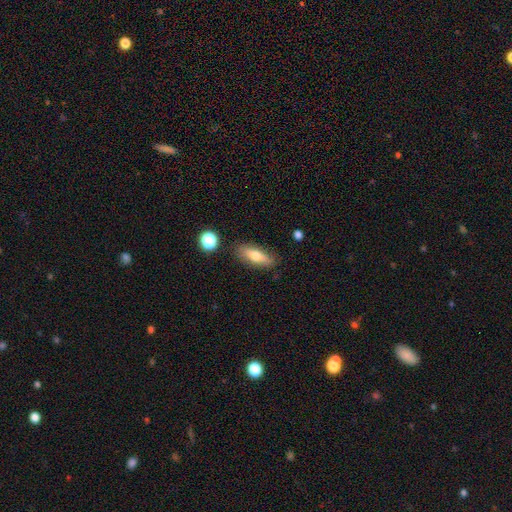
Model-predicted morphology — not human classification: smooth 69%, featured or disk 24%, star or artifact 7%. Down the decision tree: how rounded — in between (61%); merging — none (81%).